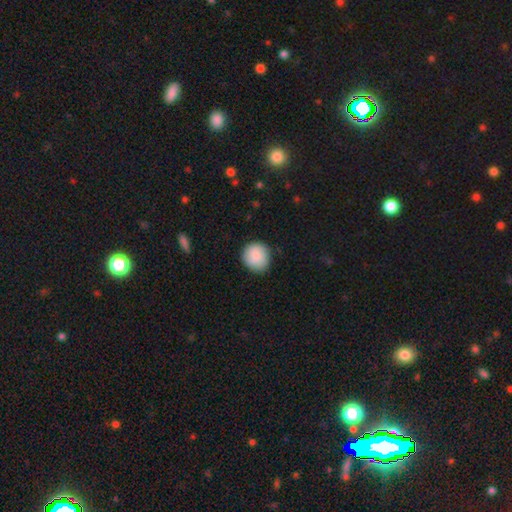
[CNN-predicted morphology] This appears to be a smooth galaxy with no disk features (87%) that is round (90%). Merging: none (85%).